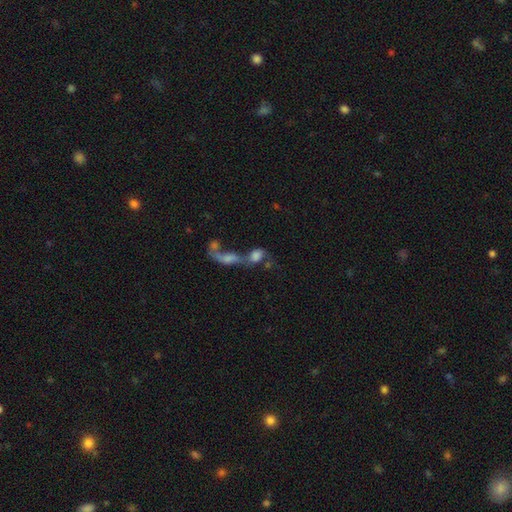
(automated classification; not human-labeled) smooth_or_featured: smooth (p=0.60) [alt: featured or disk p=0.27]
how_rounded: in between (p=0.72) [alt: round p=0.19]
merging: merger (p=0.72) [alt: none p=0.12]